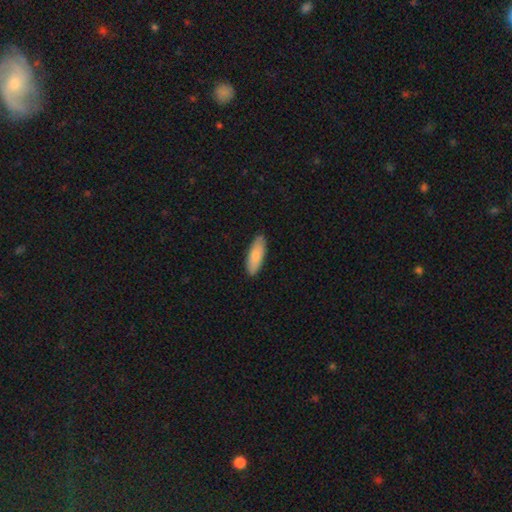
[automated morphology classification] A smooth galaxy with no disk features (85%) that is in between round and cigar-shaped (67%). Merging: none (86%).